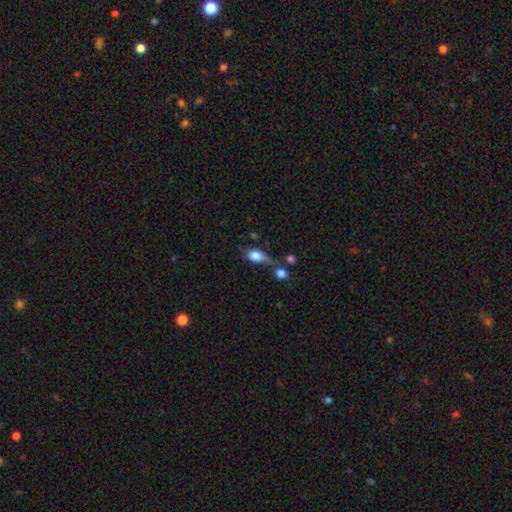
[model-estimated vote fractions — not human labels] Overall: smooth (78%). How rounded: in between (71%). Merging: none (32%; merger 25%).